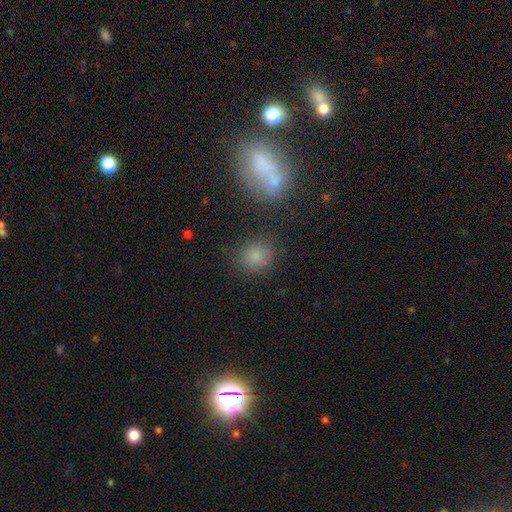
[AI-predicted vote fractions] This appears to be a smooth galaxy with no disk features (79%) that is round (69%). Merging: none (80%).